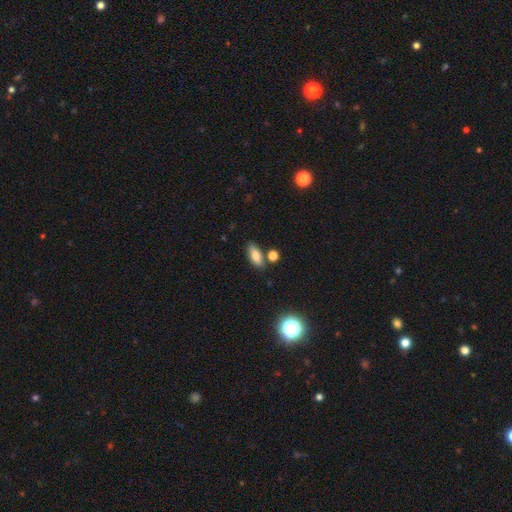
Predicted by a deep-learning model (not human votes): Smooth or featured?
  - smooth: 78% *
  - featured or disk: 13%
  - star or artifact: 10%
How rounded?
  - in between: 74% *
  - cigar-shaped: 21%
  - round: 5%
Merging?
  - none: 74% *
  - minor disturbance: 13%
  - merger: 9%
  - major disturbance: 3%